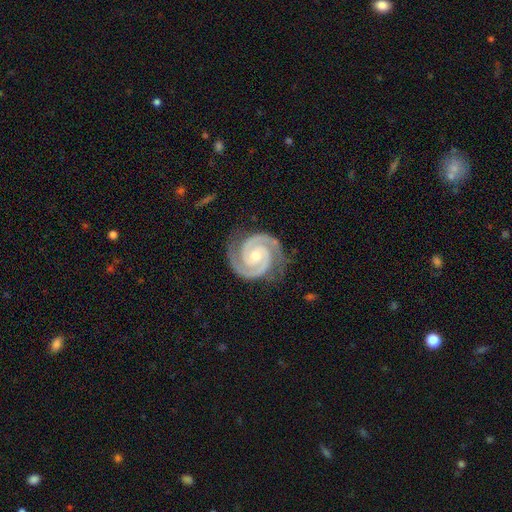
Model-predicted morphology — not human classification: smooth_or_featured: featured or disk (p=0.94) [alt: star or artifact p=0.03]
disk_edge_on: no (p=0.98) [alt: yes p=0.02]
bar: no (p=0.64) [alt: weak p=0.25]
has_spiral_arms: yes (p=0.99) [alt: no p=0.01]
spiral_winding: tight (p=0.73) [alt: medium p=0.24]
spiral_arm_count: 2 (p=0.94) [alt: 3 p=0.02]
bulge_size: moderate (p=0.50) [alt: small p=0.47]
merging: none (p=0.85) [alt: minor disturbance p=0.12]